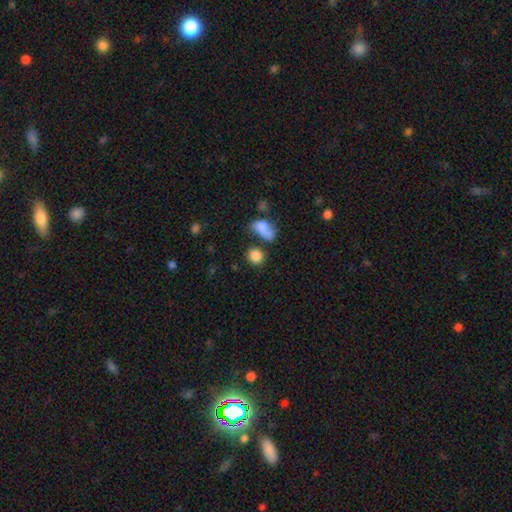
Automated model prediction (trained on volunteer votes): This is clearly a smooth galaxy (84%). How rounded: likely round (72%). Merging: likely none (60%).